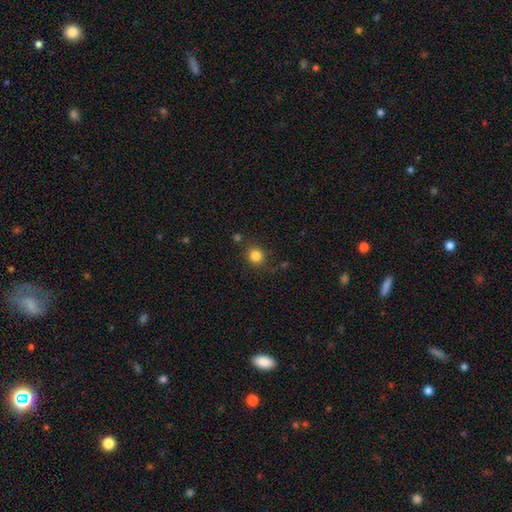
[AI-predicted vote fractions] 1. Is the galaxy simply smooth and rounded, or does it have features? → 83% smooth, 11% star or artifact, 5% featured or disk.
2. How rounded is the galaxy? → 87% round, 12% in between, 1% cigar-shaped.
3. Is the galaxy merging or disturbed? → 80% none, 12% minor disturbance, 4% major disturbance, 4% merger.